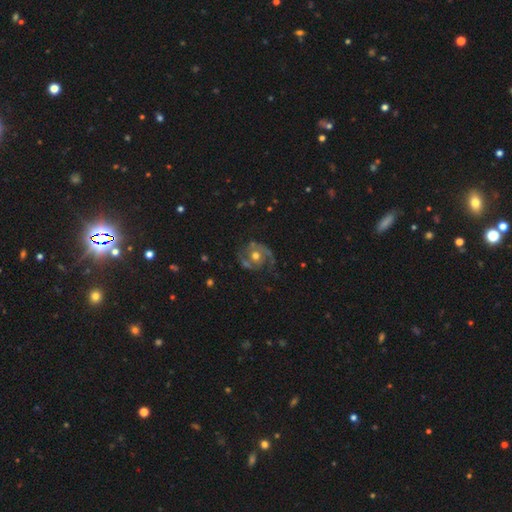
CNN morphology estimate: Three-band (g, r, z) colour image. It shows a featured or disk galaxy (82%) with no bar (71%), 2 (80%) medium (50%) spiral arms (93%) and a moderate central bulge (76%). Merging: none (65%).